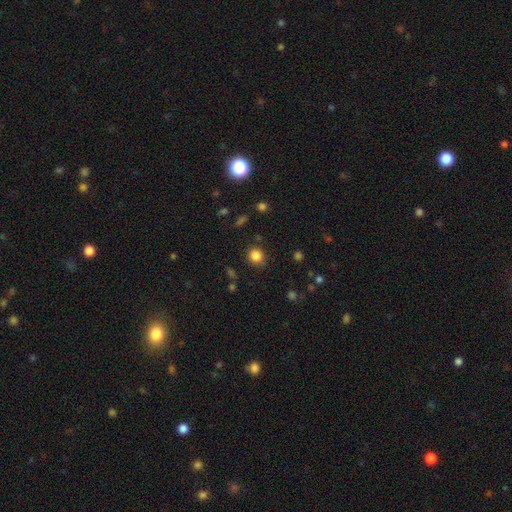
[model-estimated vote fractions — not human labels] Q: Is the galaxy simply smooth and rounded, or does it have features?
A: smooth — 84%.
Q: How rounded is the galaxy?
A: round — 84%.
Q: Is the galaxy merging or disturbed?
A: none — 83%.